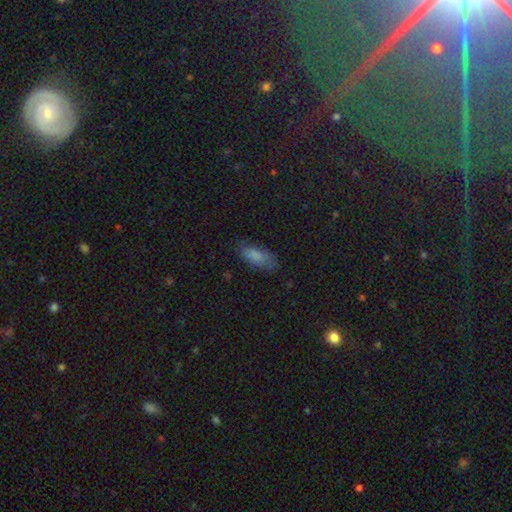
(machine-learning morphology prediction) Smooth or featured? Predicted: smooth (p=0.77). How rounded? Predicted: in between (p=0.82). Merging? Predicted: none (p=0.67).